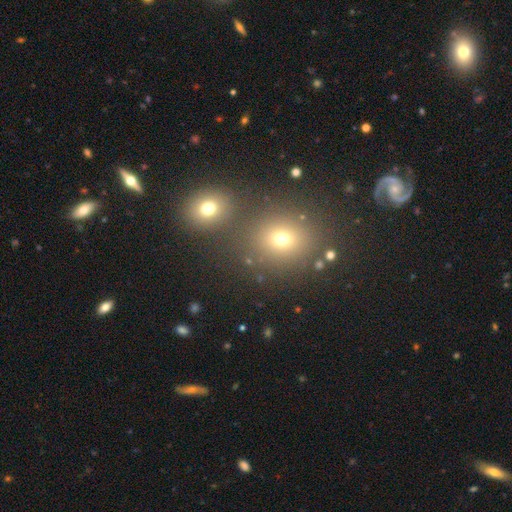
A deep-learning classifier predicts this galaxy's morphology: smooth-or-featured: smooth: 47% | star or artifact: 41% | featured or disk: 12%
  merging: none: 73% | merger: 15% | minor disturbance: 9% | major disturbance: 4%